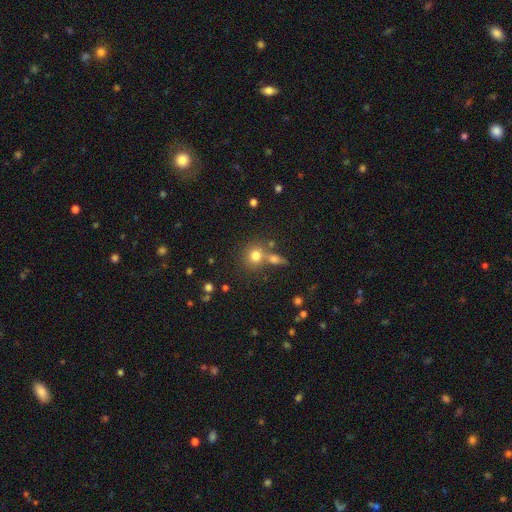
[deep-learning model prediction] Smooth or featured?
  - smooth: 75% *
  - star or artifact: 13%
  - featured or disk: 12%
How rounded?
  - round: 80% *
  - in between: 18%
  - cigar-shaped: 2%
Merging?
  - none: 58% *
  - merger: 28%
  - minor disturbance: 10%
  - major disturbance: 4%